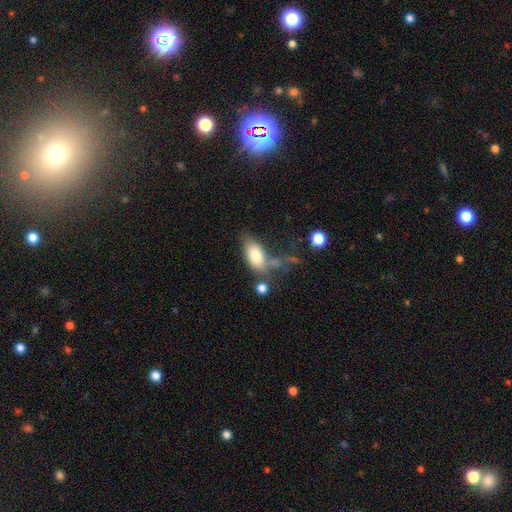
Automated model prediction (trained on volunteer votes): smooth-or-featured: smooth: 77% | featured or disk: 16% | star or artifact: 7%
  how-rounded: in between: 91% | cigar-shaped: 5% | round: 4%
  merging: none: 45% | minor disturbance: 22% | merger: 19% | major disturbance: 14%